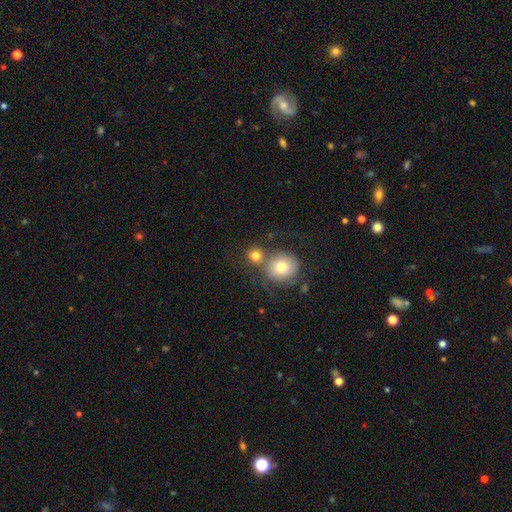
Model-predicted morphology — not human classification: The model was most divided on "merging": none: 51%, merger: 35%, minor disturbance: 9%, major disturbance: 5%. More confident: how rounded — round (87%); smooth or featured — smooth (77%).